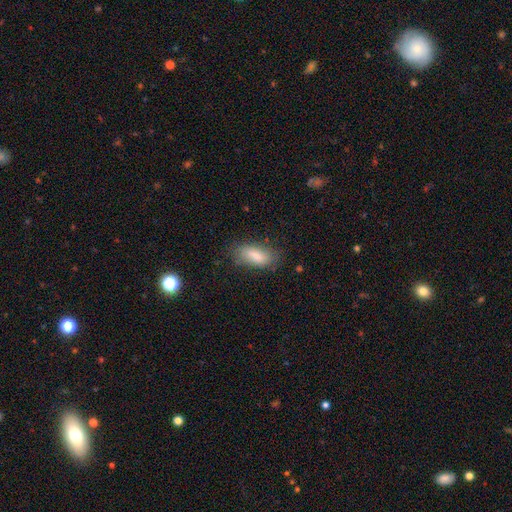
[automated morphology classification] Smooth or featured? Predicted: smooth (p=0.80). How rounded? Predicted: in between (p=0.77). Merging? Predicted: none (p=0.74).